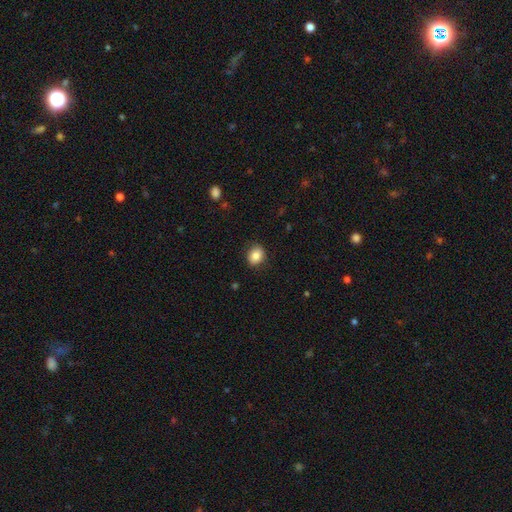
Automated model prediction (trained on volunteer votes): Q: Smooth or featured?
A: smooth (85%); runner-up: star or artifact (9%)
Q: How rounded?
A: round (58%); runner-up: in between (41%)
Q: Merging?
A: none (87%); runner-up: minor disturbance (9%)